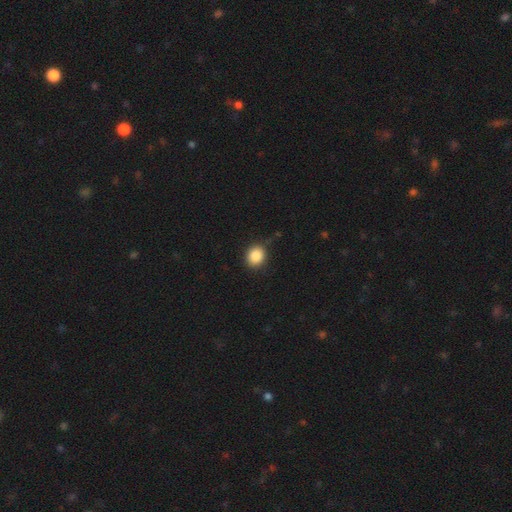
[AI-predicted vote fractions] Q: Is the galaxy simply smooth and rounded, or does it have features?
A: smooth — 87%.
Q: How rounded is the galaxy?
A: round — 73%.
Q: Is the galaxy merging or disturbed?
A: none — 82%.